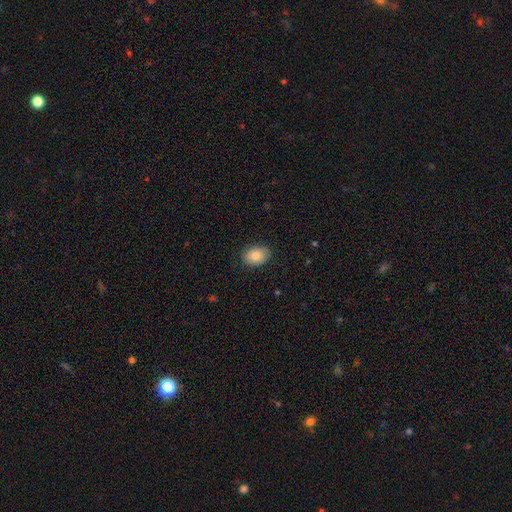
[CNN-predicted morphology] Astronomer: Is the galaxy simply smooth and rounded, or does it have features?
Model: smooth — 86%.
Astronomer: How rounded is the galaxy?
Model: in between — 78%.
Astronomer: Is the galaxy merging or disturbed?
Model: none — 86%.